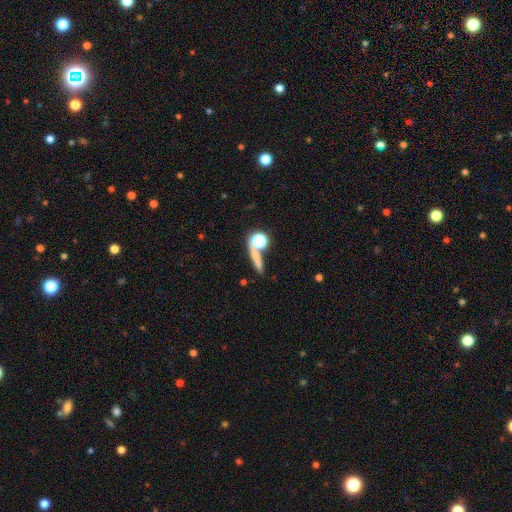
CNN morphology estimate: Smooth or featured? Predicted: smooth (p=0.60). How rounded? Predicted: cigar-shaped (p=0.50). Merging? Predicted: none (p=0.62).